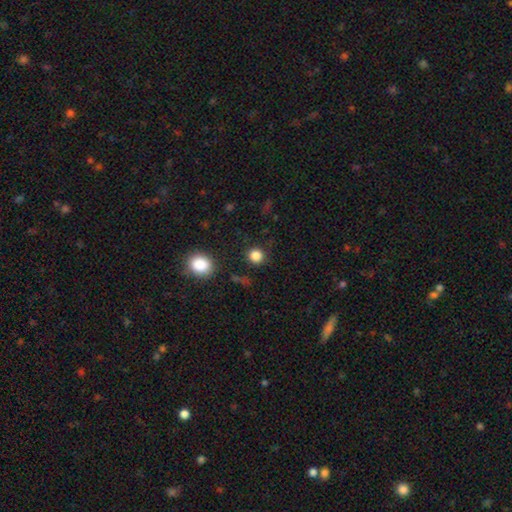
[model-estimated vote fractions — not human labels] This is clearly a smooth galaxy (84%). How rounded: clearly round (89%). Merging: clearly none (86%).